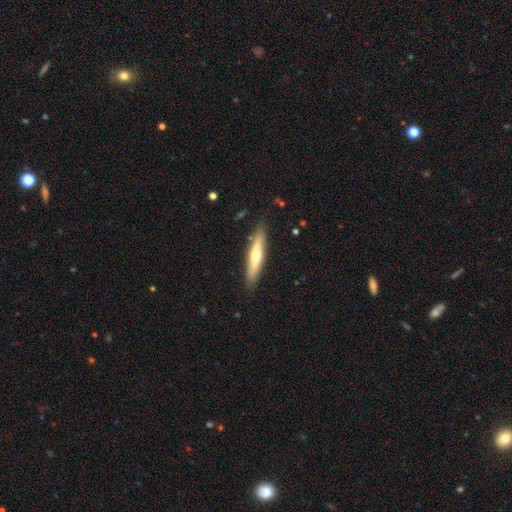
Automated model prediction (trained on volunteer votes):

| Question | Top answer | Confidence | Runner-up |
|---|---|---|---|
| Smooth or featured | featured or disk | 49% | smooth (46%) |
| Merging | none | 87% | minor disturbance (10%) |